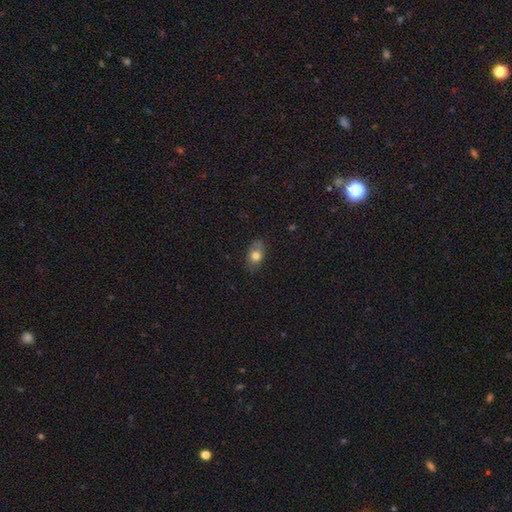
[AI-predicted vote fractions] This is likely a smooth galaxy (75%). How rounded: clearly in between (84%). Merging: likely none (78%).